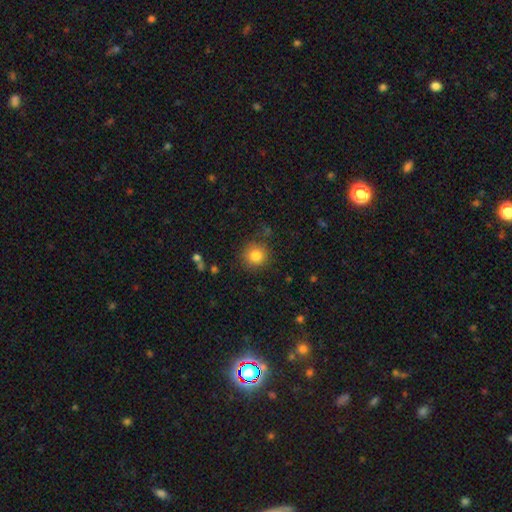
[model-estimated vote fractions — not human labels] Morphology: type=smooth (82%); roundness=round (93%); merging=none (86%).